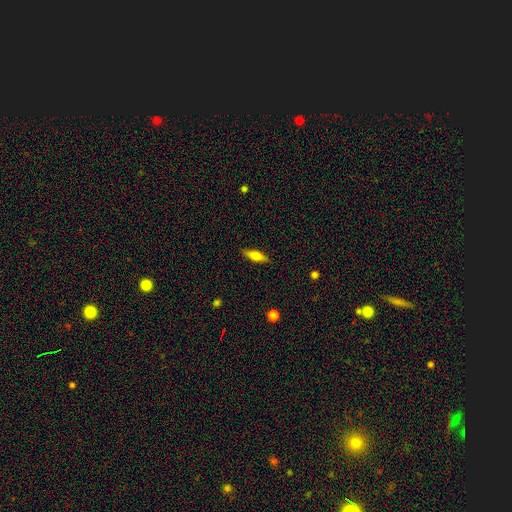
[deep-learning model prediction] smooth 61%, featured or disk 33%, star or artifact 7%. Down the decision tree: how rounded — cigar-shaped (52%); merging — none (88%).